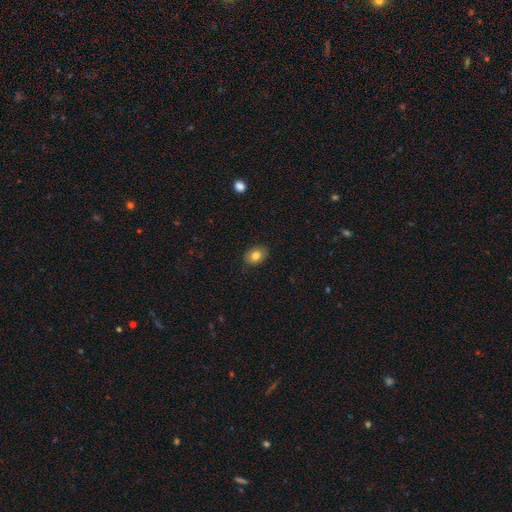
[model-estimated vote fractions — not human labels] Morphology: type=smooth (82%); roundness=in between (73%); merging=none (86%).